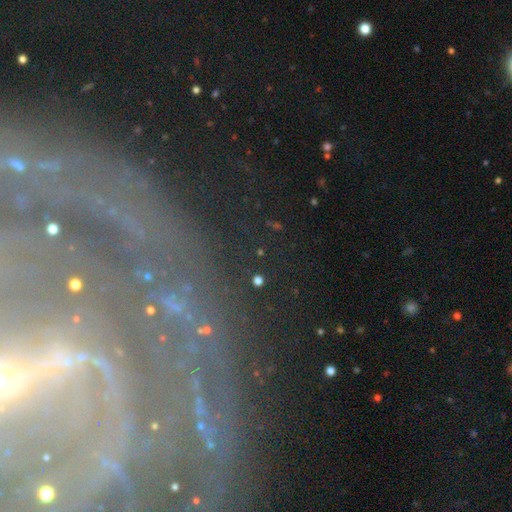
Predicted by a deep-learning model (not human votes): The model was most divided on "bulge size": small: 48%, moderate: 34%, large: 8%, none: 6%, dominant: 4%. Remaining: edge-on disk — no (88%); spiral arms — yes (83%); merging — none (75%); smooth or featured — featured or disk (68%); bar — strong (47%).